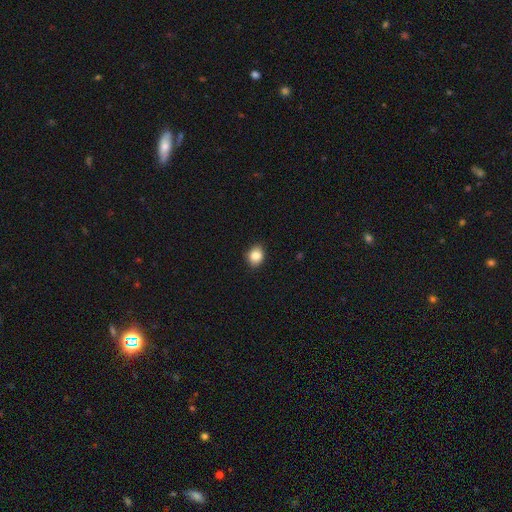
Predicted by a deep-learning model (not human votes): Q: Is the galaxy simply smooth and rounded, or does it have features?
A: smooth — 86%.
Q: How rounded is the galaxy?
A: in between — 51%.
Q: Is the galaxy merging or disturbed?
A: none — 87%.